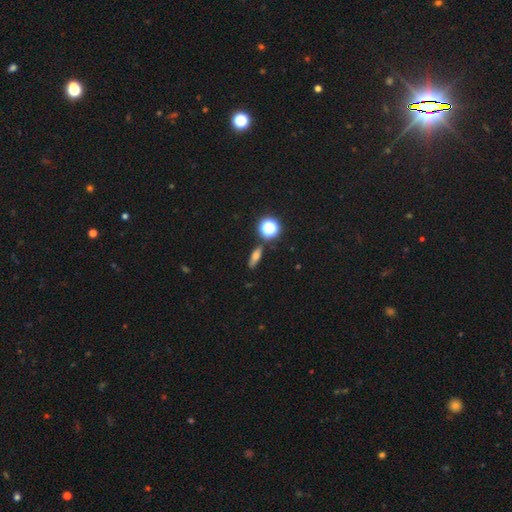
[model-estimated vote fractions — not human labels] smooth 60%, featured or disk 24%, star or artifact 16%. Down the decision tree: how rounded — in between (46%); merging — none (83%).